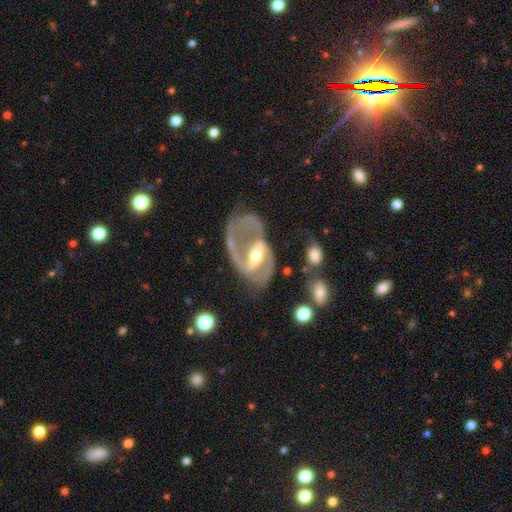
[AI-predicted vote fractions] Morphology: type=featured or disk (86%); edge-on=no (96%); bar=strong (54%); spiral arms=yes (87%); winding=medium (49%); arm count=2 (68%); bulge=moderate (61%); merging=major disturbance (37%, tied with none).